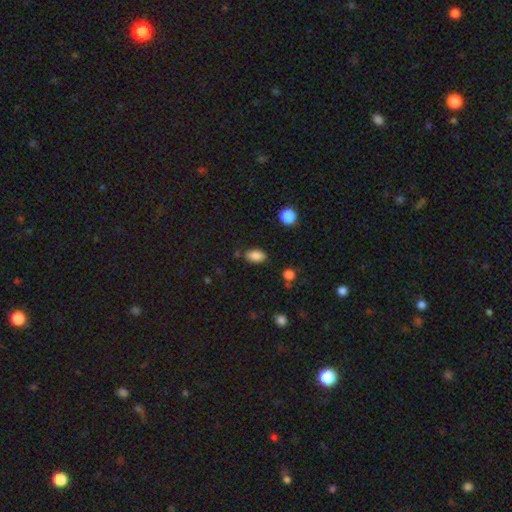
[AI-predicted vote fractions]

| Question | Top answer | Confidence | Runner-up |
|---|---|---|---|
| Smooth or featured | smooth | 85% | star or artifact (10%) |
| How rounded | in between | 89% | round (8%) |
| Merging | none | 77% | minor disturbance (16%) |